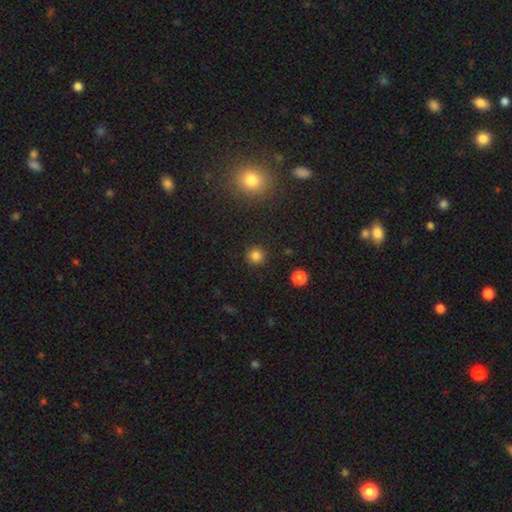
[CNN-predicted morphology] smooth_or_featured: smooth (p=0.82) [alt: star or artifact p=0.13]
how_rounded: round (p=0.94) [alt: in between p=0.05]
merging: none (p=0.92) [alt: minor disturbance p=0.05]